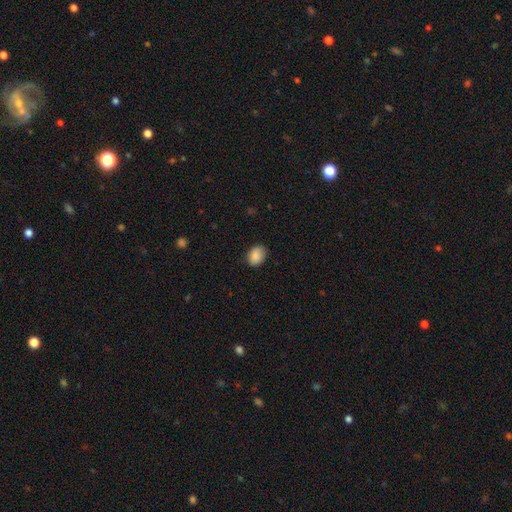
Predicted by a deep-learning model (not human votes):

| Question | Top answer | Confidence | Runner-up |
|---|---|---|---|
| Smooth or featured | smooth | 89% | star or artifact (7%) |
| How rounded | in between | 67% | round (32%) |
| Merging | none | 85% | minor disturbance (11%) |